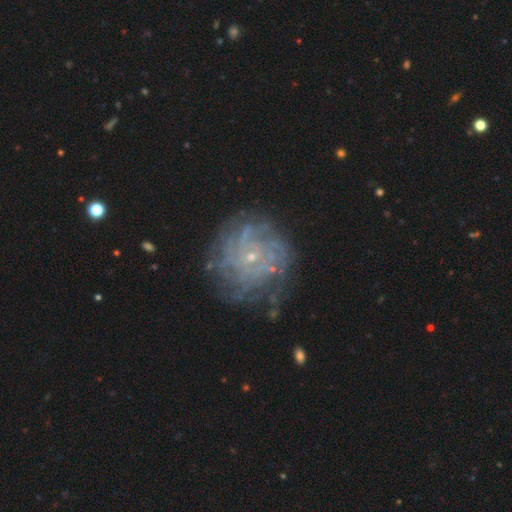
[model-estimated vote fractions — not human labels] Smooth or featured? featured or disk (76%)
Edge-on disk? no (97%)
Bar? no (75%)
Spiral arms? yes (90%)
Spiral winding? tight (71%)
Spiral arm count? can't tell (42%)
Bulge size? small (86%)
Merging? none (75%)